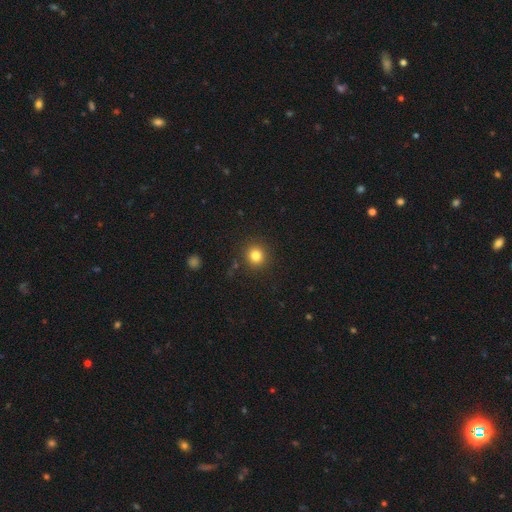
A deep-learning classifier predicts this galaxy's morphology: The model was most divided on "smooth or featured": smooth: 82%, star or artifact: 12%, featured or disk: 6%. More confident: how rounded — round (91%); merging — none (89%).